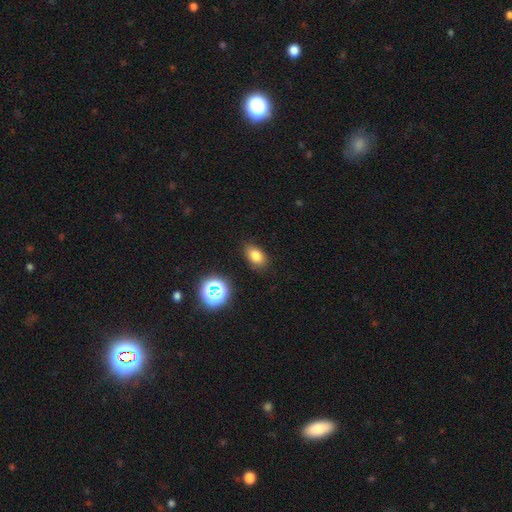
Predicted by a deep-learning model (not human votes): smooth 78%, star or artifact 15%, featured or disk 7%. Down the decision tree: how rounded — in between (83%); merging — none (83%).